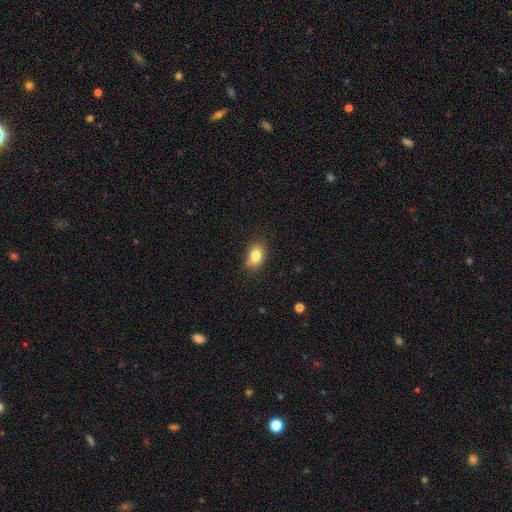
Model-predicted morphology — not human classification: A smooth galaxy with no disk features (83%) that is in between round and cigar-shaped (79%). Merging: none (75%).